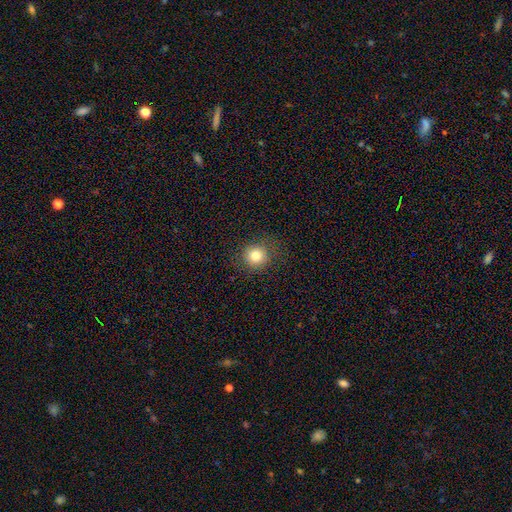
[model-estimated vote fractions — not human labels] This appears to be a smooth galaxy with no disk features (81%) that is round (91%). Merging: none (86%).